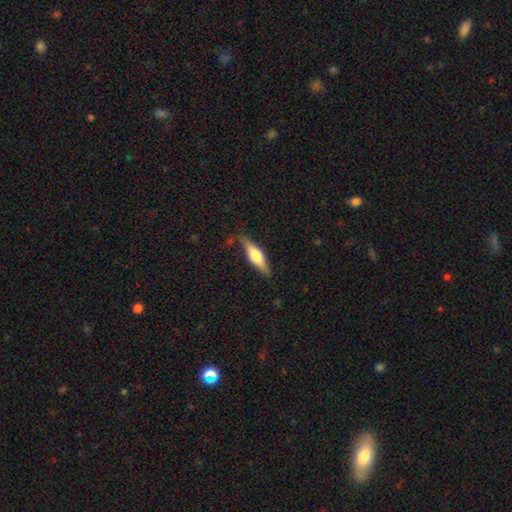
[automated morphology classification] This is possibly a featured or disk galaxy (50%). Merging: likely none (79%).